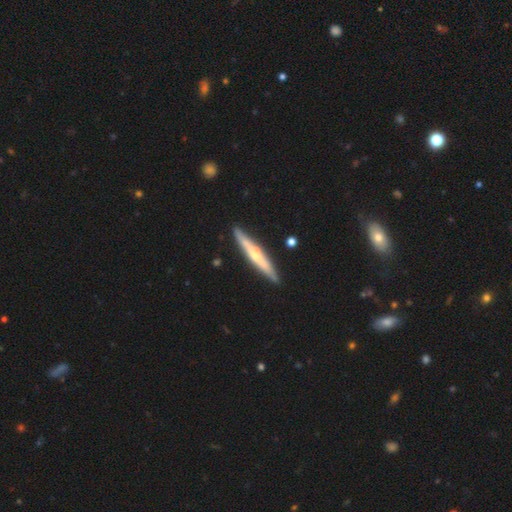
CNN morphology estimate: Overall: featured or disk (59%; smooth 36%). Edge-on disk: yes (93%). Edge-on bulge: rounded (62%; none 31%). Merging: none (87%).